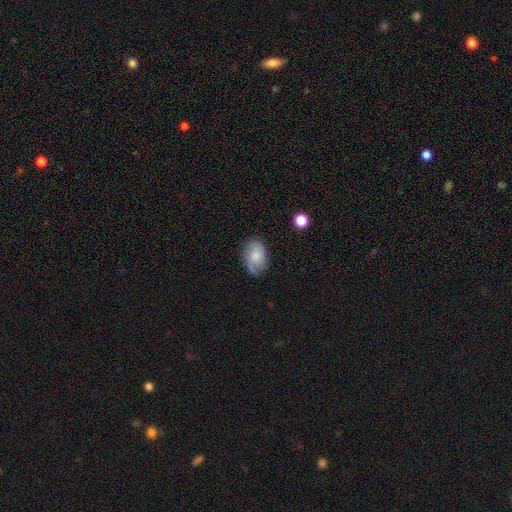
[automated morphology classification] A smooth galaxy with no disk features (71%) that is in between round and cigar-shaped (84%). Merging: none (66%).